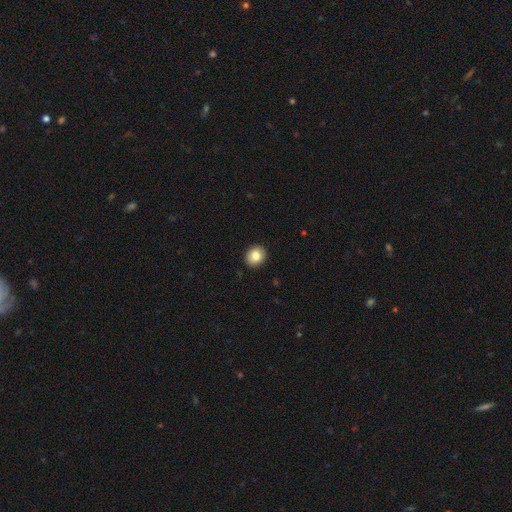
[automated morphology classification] Overall: smooth (84%). How rounded: round (67%; in between 32%). Merging: none (92%).